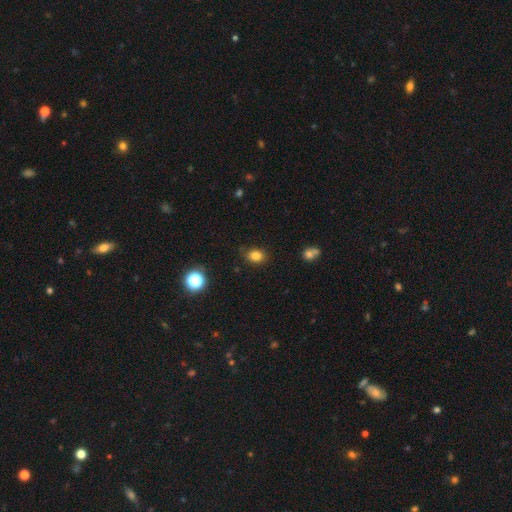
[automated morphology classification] This appears to be a smooth galaxy with no disk features (81%) that is in between round and cigar-shaped (53%). Merging: none (81%).